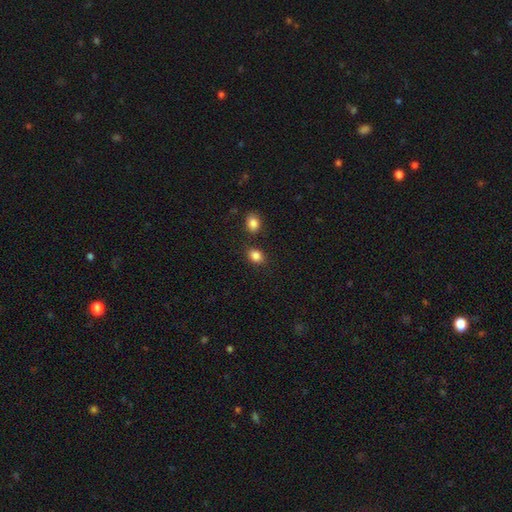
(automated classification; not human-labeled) Morphology: type=smooth (86%); roundness=in between (60%); merging=none (78%).